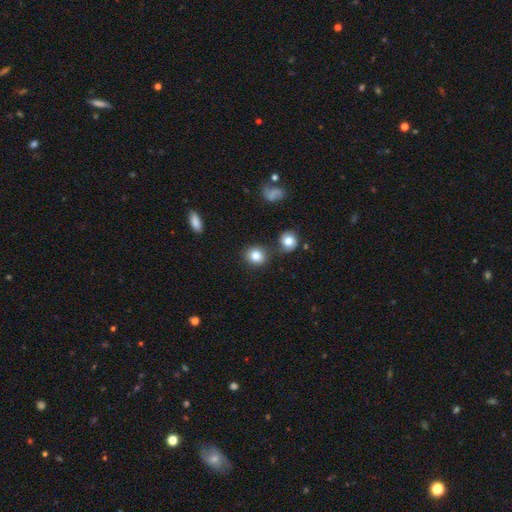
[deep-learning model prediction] The model was most divided on "how rounded": round: 80%, in between: 19%, cigar-shaped: 1%. More confident: smooth or featured — smooth (82%); merging — none (76%).